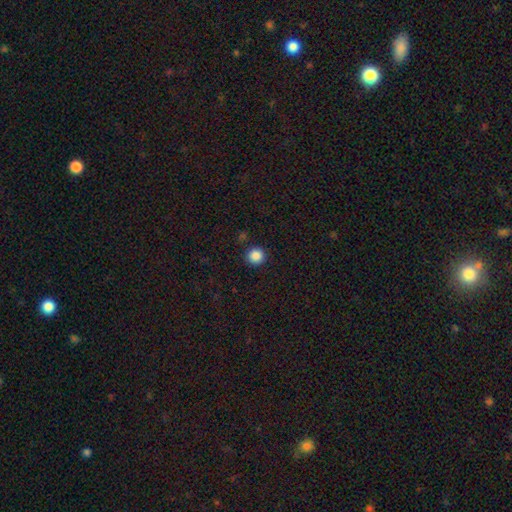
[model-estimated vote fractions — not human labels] Smooth or featured: smooth — 87% (star or artifact — 10%)
How rounded: round — 95% (in between — 4%)
Merging: none — 91% (minor disturbance — 5%)